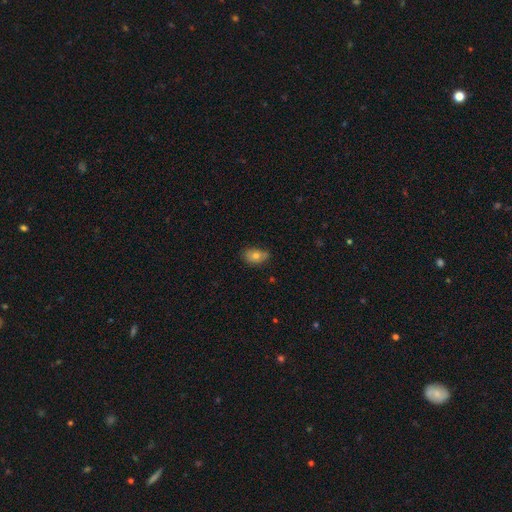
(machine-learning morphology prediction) Smooth or featured? Predicted: smooth (p=0.74). How rounded? Predicted: in between (p=0.79). Merging? Predicted: none (p=0.62).